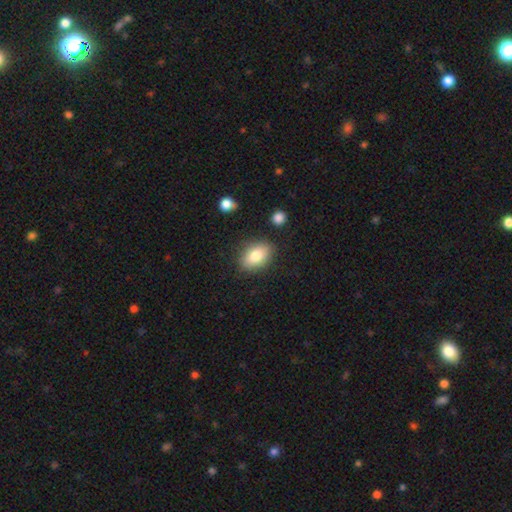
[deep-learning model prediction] A smooth galaxy with no disk features (81%) that is in between round and cigar-shaped (84%).

Vote fractions:
- Smooth or featured? smooth: 81% / featured or disk: 11% / star or artifact: 8%
- How rounded? in between: 84% / round: 14% / cigar-shaped: 2%
- Merging? none: 83% / minor disturbance: 12% / major disturbance: 3% / merger: 3%